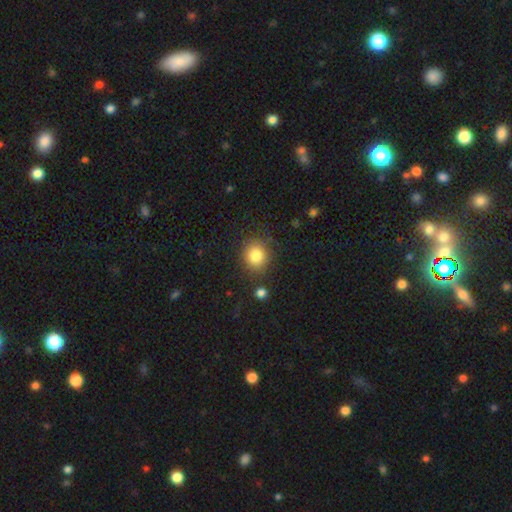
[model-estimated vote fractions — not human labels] smooth-or-featured: smooth: 83% | star or artifact: 10% | featured or disk: 6%
  how-rounded: round: 78% | in between: 21% | cigar-shaped: 1%
  merging: none: 83% | minor disturbance: 10% | merger: 4% | major disturbance: 3%